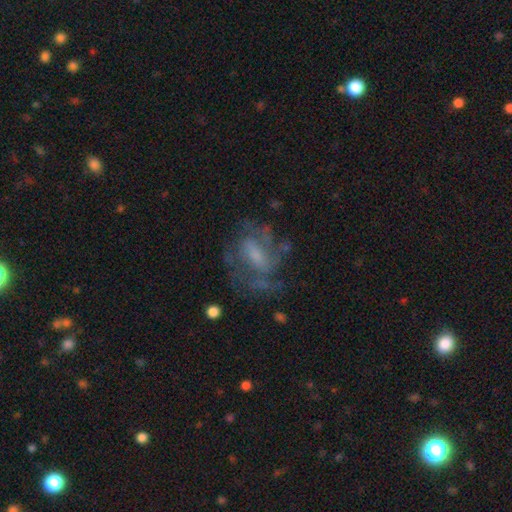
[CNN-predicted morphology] Q: Smooth or featured?
A: featured or disk (70%); runner-up: smooth (20%)
Q: Edge-on disk?
A: no (96%); runner-up: yes (4%)
Q: Bar?
A: weak (46%); runner-up: no (34%)
Q: Spiral arms?
A: yes (76%); runner-up: no (24%)
Q: Spiral winding?
A: medium (47%); runner-up: tight (30%)
Q: Spiral arm count?
A: can't tell (37%); runner-up: 2 (26%)
Q: Bulge size?
A: moderate (34%); runner-up: small (33%)
Q: Merging?
A: none (52%); runner-up: major disturbance (26%)